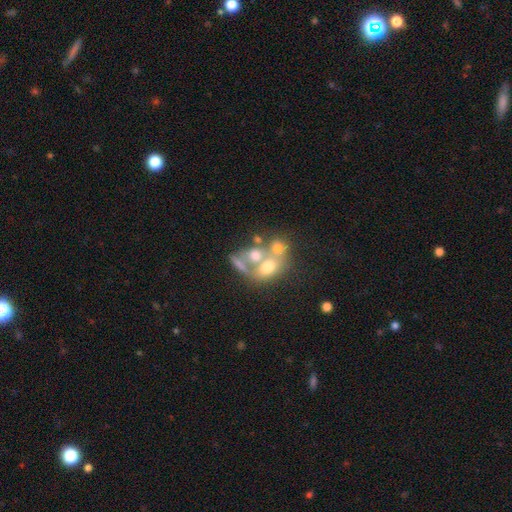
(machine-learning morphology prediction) Overall: smooth (54%; featured or disk 32%). How rounded: in between (49%; round 48%). Merging: merger (56%; none 27%).